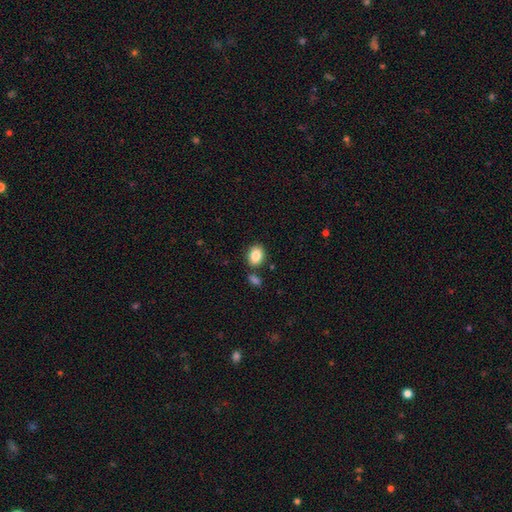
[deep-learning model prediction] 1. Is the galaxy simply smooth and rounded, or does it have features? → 86% smooth, 8% star or artifact, 6% featured or disk.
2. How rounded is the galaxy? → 67% in between, 32% round, 1% cigar-shaped.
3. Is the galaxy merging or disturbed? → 76% none, 11% minor disturbance, 10% merger, 3% major disturbance.